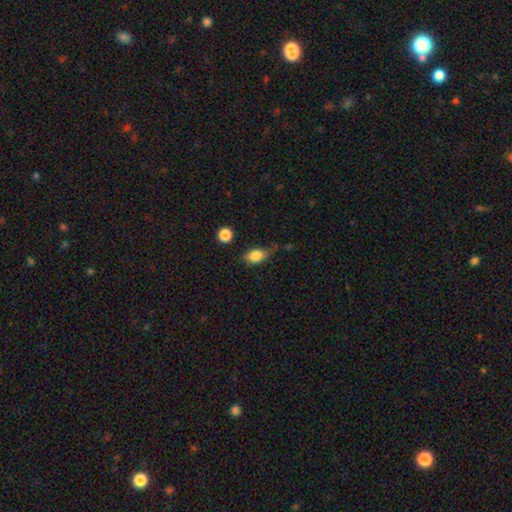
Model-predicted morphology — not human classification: A smooth galaxy with no disk features (83%) that is in between round and cigar-shaped (79%). Merging: none (55%).